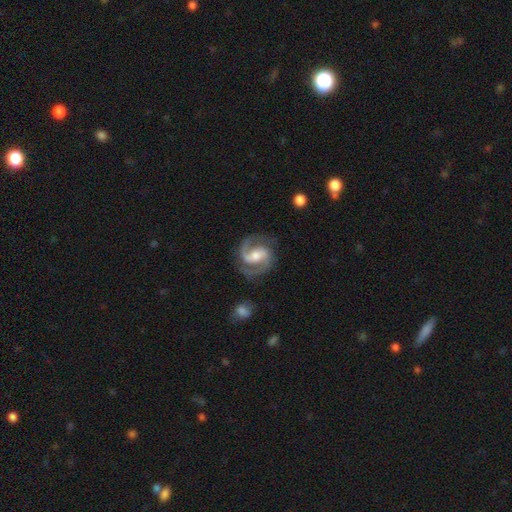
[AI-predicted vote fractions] A featured or disk galaxy (91%) with a weak bar (45%), 2 (92%) medium (60%) spiral arms (98%) and a moderate central bulge (59%).

Vote fractions:
- Smooth or featured? featured or disk: 91% / smooth: 5% / star or artifact: 4%
- Edge-on disk? no: 98% / yes: 2%
- Bar? weak: 45% / strong: 30% / no: 25%
- Spiral arms? yes: 98% / no: 2%
- Spiral winding? medium: 60% / tight: 27% / loose: 13%
- Spiral arm count? 2: 92% / 3: 2% / can't tell: 2% / 1: 2% / 4: 1% / more than 4: 1%
- Bulge size? moderate: 59% / small: 25% / large: 11% / none: 4% / dominant: 1%
- Merging? none: 79% / minor disturbance: 14% / major disturbance: 6% / merger: 2%